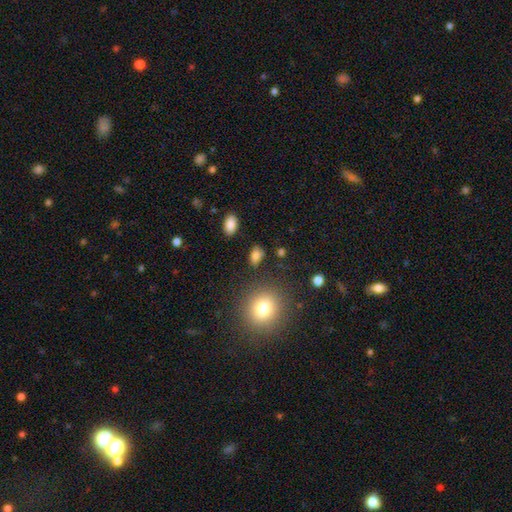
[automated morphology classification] The model was most divided on "how rounded": in between: 79%, round: 19%, cigar-shaped: 3%. More confident: smooth or featured — smooth (79%); merging — none (77%).